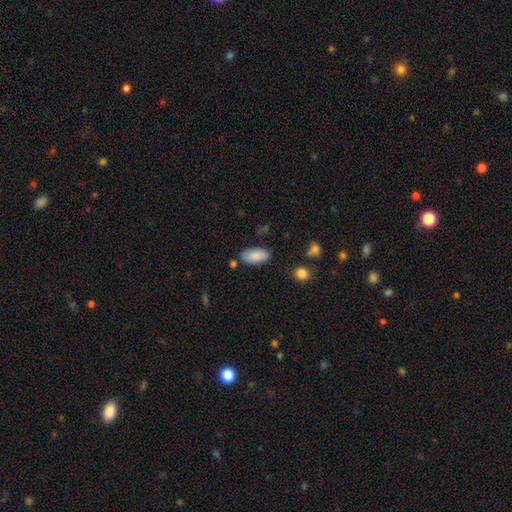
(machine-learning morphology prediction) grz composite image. It shows a smooth galaxy with no disk features (88%) that is in between round and cigar-shaped (92%). Merging: none (80%).